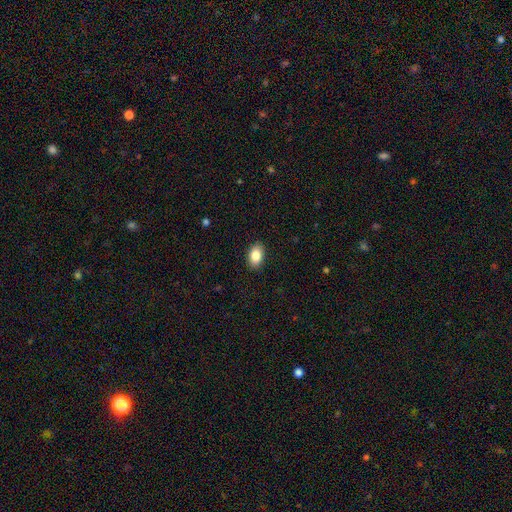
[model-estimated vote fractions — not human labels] Smooth or featured? smooth (86%)
How rounded? in between (89%)
Merging? none (89%)